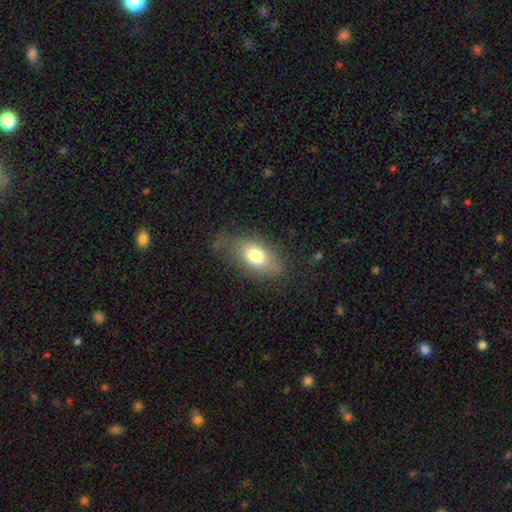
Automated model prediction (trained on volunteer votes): This is likely a smooth galaxy (73%). How rounded: clearly in between (87%). Merging: likely none (61%).